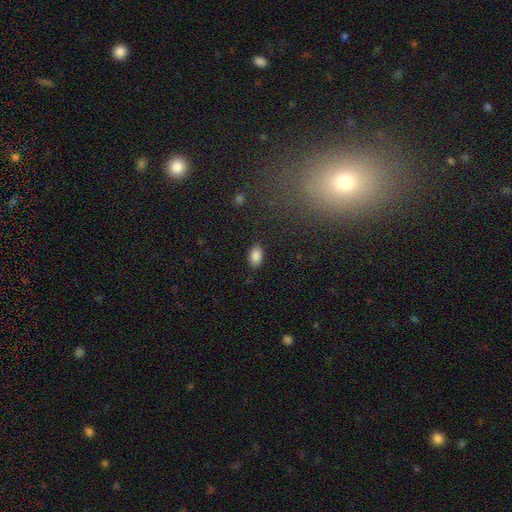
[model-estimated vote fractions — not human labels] smooth_or_featured: smooth (p=0.87) [alt: star or artifact p=0.09]
how_rounded: in between (p=0.91) [alt: round p=0.08]
merging: none (p=0.86) [alt: minor disturbance p=0.10]